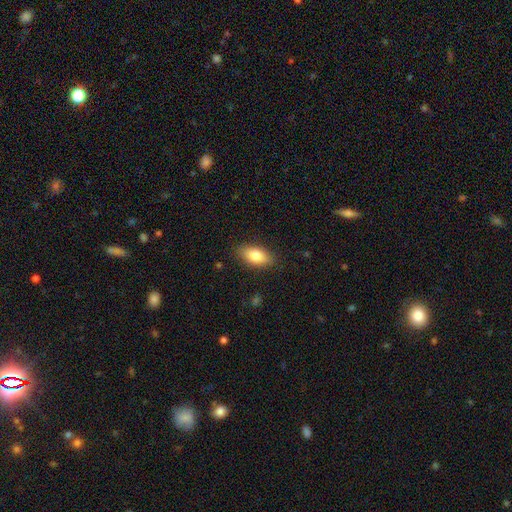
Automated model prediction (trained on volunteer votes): Morphology: type=smooth (81%); roundness=in between (89%); merging=none (86%).